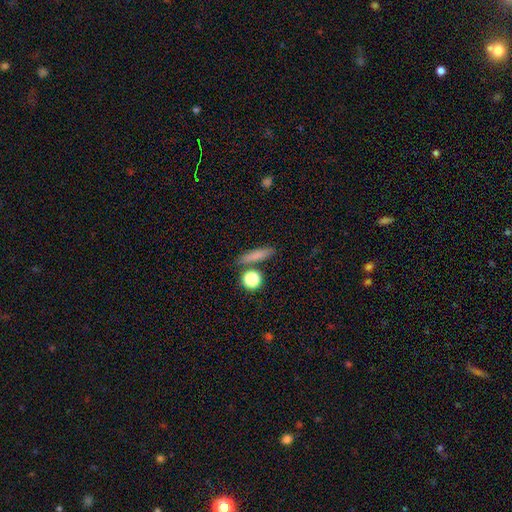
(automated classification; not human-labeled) Smooth or featured: smooth — 77% (featured or disk — 14%)
How rounded: cigar-shaped — 62% (in between — 21%)
Merging: none — 76% (minor disturbance — 10%)